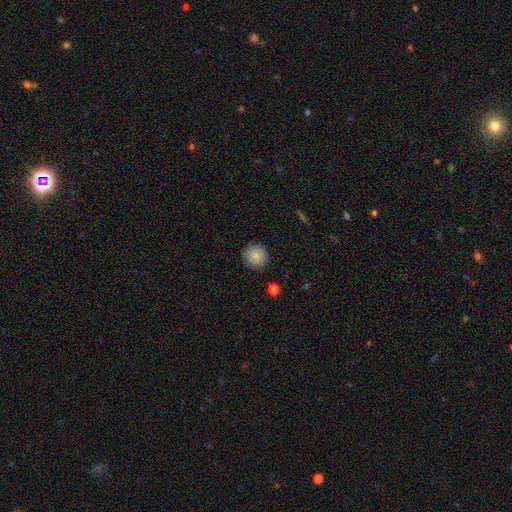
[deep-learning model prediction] The model was most divided on "smooth or featured": smooth: 88%, star or artifact: 8%, featured or disk: 4%. More confident: how rounded — round (93%); merging — none (91%).